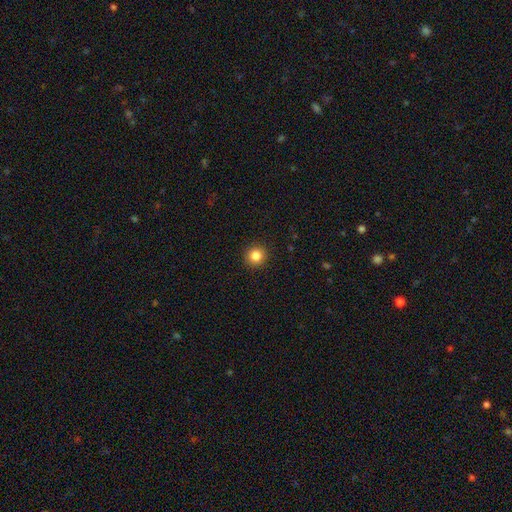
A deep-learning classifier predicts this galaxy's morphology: type=smooth (85%); roundness=round (94%); merging=none (92%).